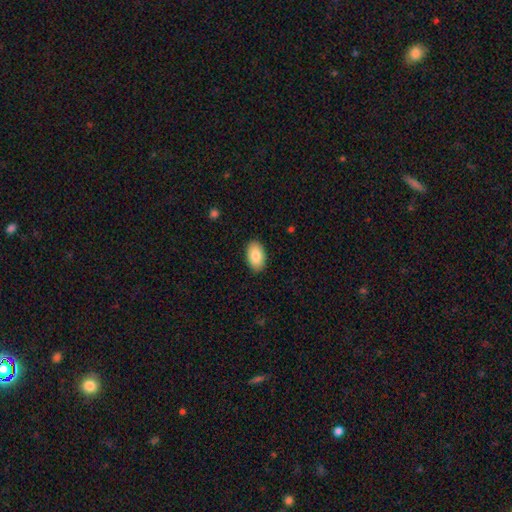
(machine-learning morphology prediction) Smooth or featured? Predicted: smooth (p=0.86). How rounded? Predicted: in between (p=0.94). Merging? Predicted: none (p=0.89).